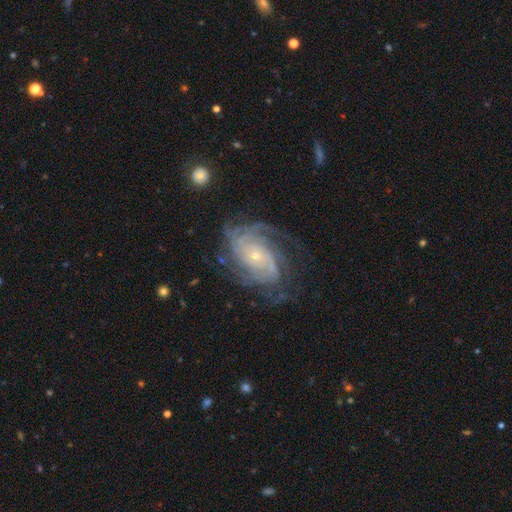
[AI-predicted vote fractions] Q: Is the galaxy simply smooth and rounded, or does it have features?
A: featured or disk — 88%.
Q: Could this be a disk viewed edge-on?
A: no — 97%.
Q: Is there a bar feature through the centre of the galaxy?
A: no — 74%.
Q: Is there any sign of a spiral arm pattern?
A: yes — 97%.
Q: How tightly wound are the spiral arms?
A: tight — 61%.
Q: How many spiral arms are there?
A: can't tell — 26%.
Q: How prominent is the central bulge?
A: small — 77%.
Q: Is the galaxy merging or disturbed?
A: none — 69%.